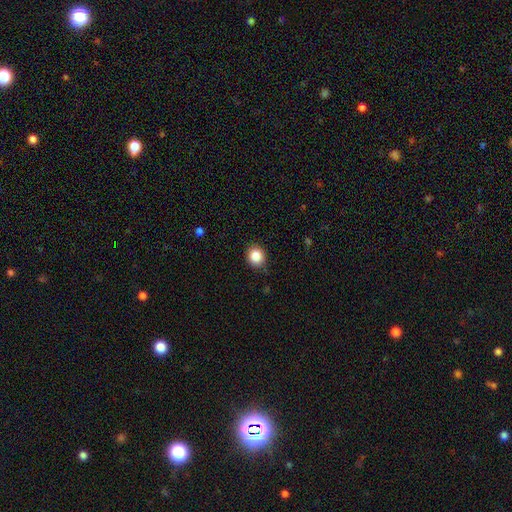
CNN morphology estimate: type=smooth (86%); roundness=round (79%); merging=none (84%).